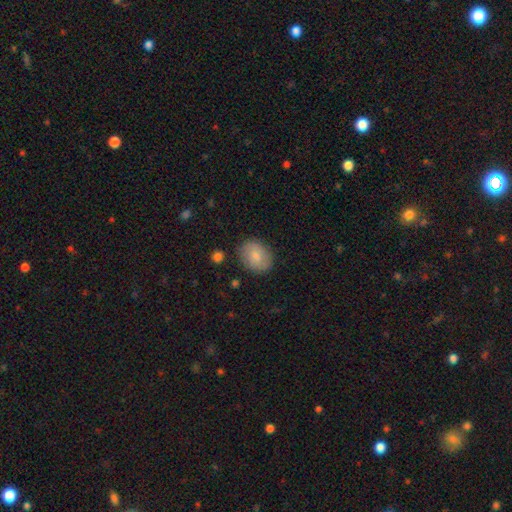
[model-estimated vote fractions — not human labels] A smooth galaxy with no disk features (79%) that is in between round and cigar-shaped (57%).

Vote fractions:
- Smooth or featured? smooth: 79% / featured or disk: 14% / star or artifact: 7%
- How rounded? in between: 57% / round: 42% / cigar-shaped: 1%
- Merging? none: 82% / minor disturbance: 13% / major disturbance: 3% / merger: 2%